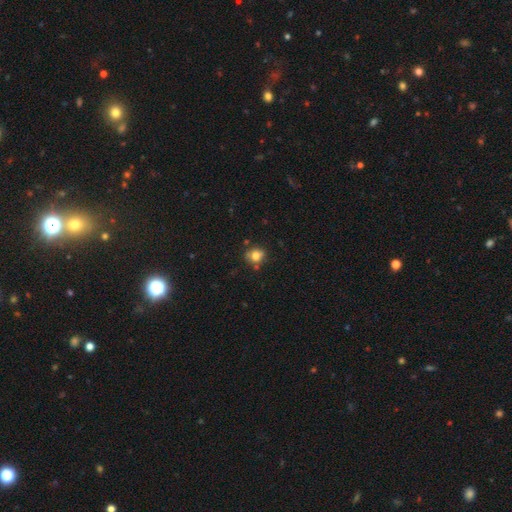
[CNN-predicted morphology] The model was most divided on "how rounded": round: 67%, in between: 32%, cigar-shaped: 1%. More confident: smooth or featured — smooth (75%); merging — none (65%).